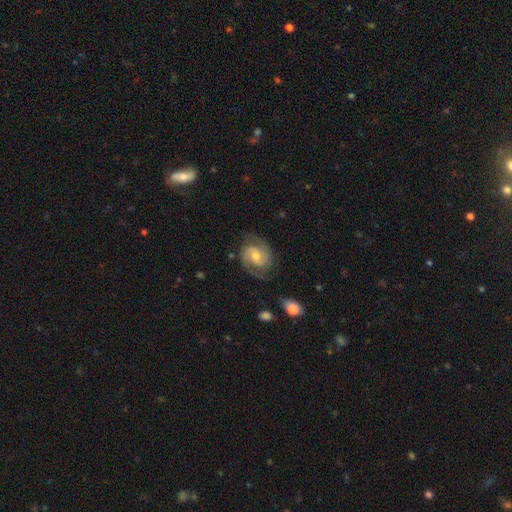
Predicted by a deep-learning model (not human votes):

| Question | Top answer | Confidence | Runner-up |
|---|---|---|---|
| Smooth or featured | featured or disk | 86% | smooth (9%) |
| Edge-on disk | no | 98% | yes (2%) |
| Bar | no | 54% | weak (38%) |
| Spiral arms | yes | 97% | no (3%) |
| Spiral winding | medium | 52% | tight (35%) |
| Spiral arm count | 2 | 90% | can't tell (4%) |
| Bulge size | moderate | 56% | small (37%) |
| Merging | none | 77% | minor disturbance (15%) |